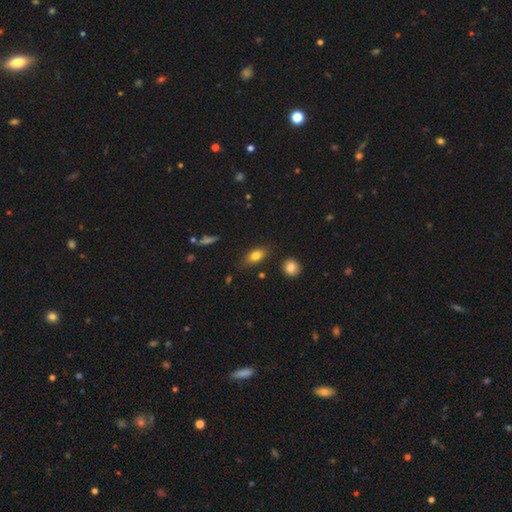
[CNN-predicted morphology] This appears to be a smooth galaxy with no disk features (80%) that is in between round and cigar-shaped (84%). Merging: none (79%).